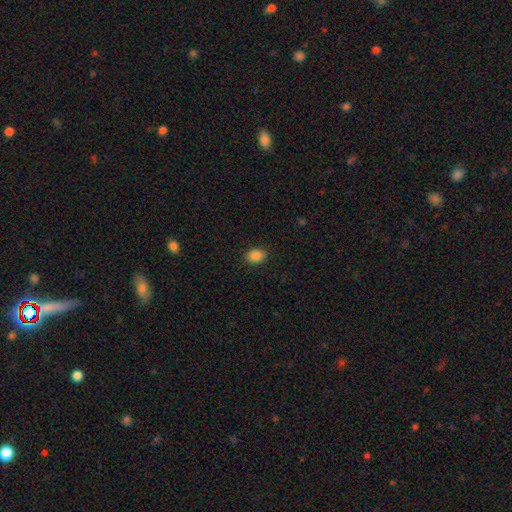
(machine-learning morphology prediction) Smooth or featured? Predicted: smooth (p=0.87). How rounded? Predicted: in between (p=0.64). Merging? Predicted: none (p=0.89).